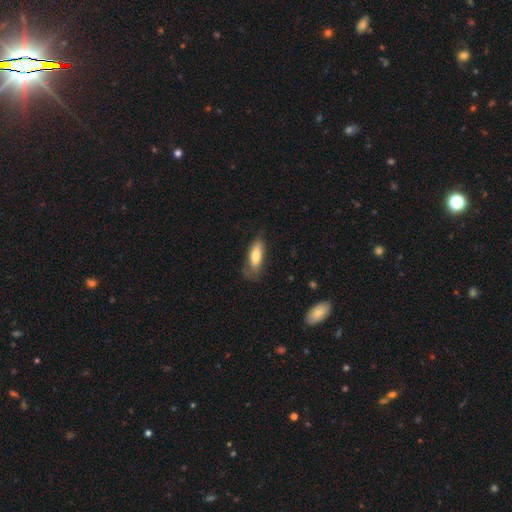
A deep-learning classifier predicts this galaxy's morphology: smooth_or_featured: smooth (p=0.75) [alt: featured or disk p=0.18]
how_rounded: in between (p=0.69) [alt: cigar-shaped p=0.29]
merging: none (p=0.59) [alt: minor disturbance p=0.28]